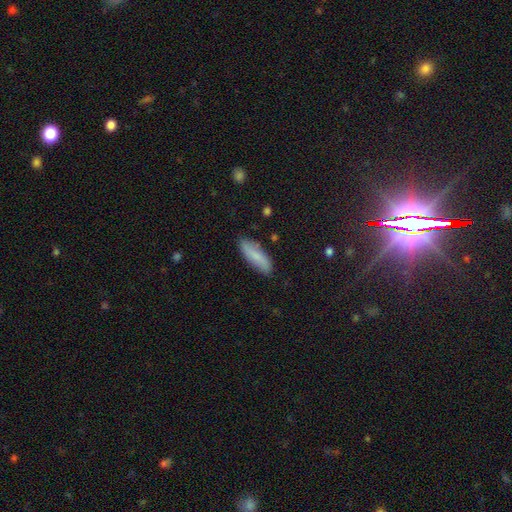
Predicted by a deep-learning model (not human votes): Morphology: type=smooth (75%); roundness=in between (54%); merging=none (85%).